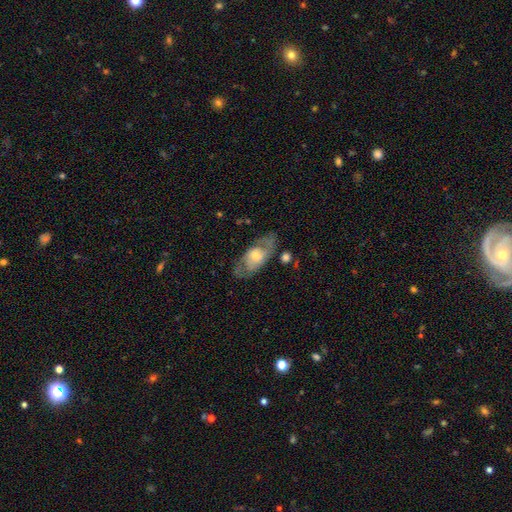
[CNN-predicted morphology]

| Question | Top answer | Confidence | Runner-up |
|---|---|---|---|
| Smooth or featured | featured or disk | 66% | smooth (28%) |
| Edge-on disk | no | 87% | yes (13%) |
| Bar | no | 67% | weak (27%) |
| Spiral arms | yes | 73% | no (27%) |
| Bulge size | moderate | 58% | small (26%) |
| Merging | none | 70% | minor disturbance (18%) |